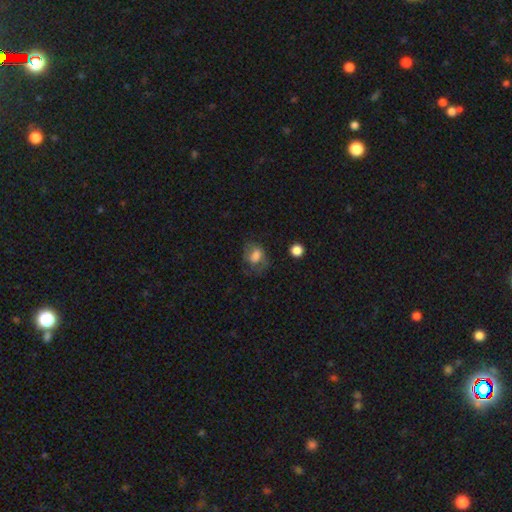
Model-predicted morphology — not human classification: smooth-or-featured: smooth: 61% | featured or disk: 28% | star or artifact: 10%
  how-rounded: in between: 67% | round: 32% | cigar-shaped: 2%
  merging: none: 45% | major disturbance: 27% | minor disturbance: 25% | merger: 3%